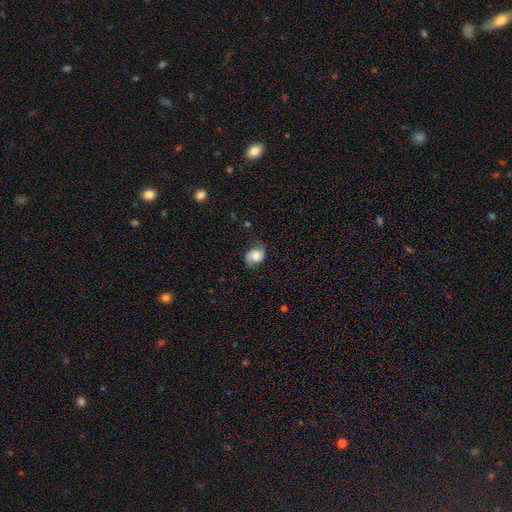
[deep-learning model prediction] A smooth galaxy with no disk features (58%) that is in between round and cigar-shaped (61%).

Vote fractions:
- Smooth or featured? smooth: 58% / featured or disk: 32% / star or artifact: 9%
- How rounded? in between: 61% / round: 38% / cigar-shaped: 1%
- Merging? none: 64% / minor disturbance: 26% / major disturbance: 9% / merger: 1%